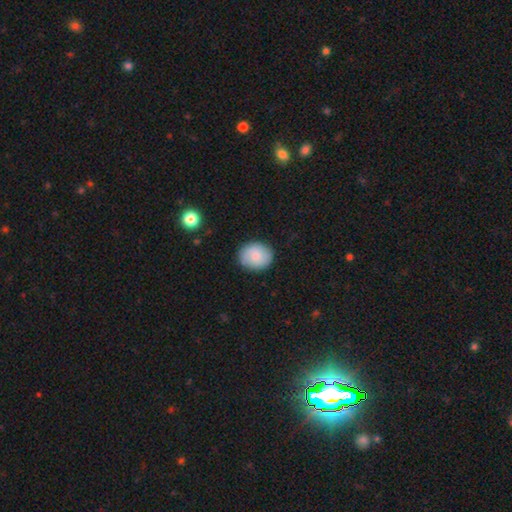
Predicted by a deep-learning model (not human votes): Morphology: type=smooth (73%); roundness=round (70%); merging=none (86%).